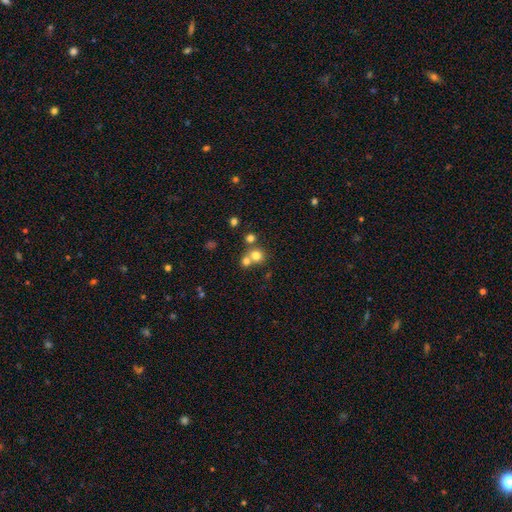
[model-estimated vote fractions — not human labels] This is likely a smooth galaxy (74%). How rounded: clearly round (86%). Merging: possibly none (47%).